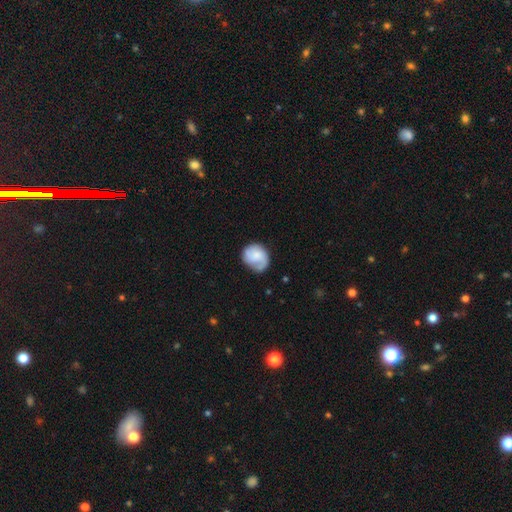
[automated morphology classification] This appears to be a smooth galaxy with no disk features (47%). Merging: none (59%).